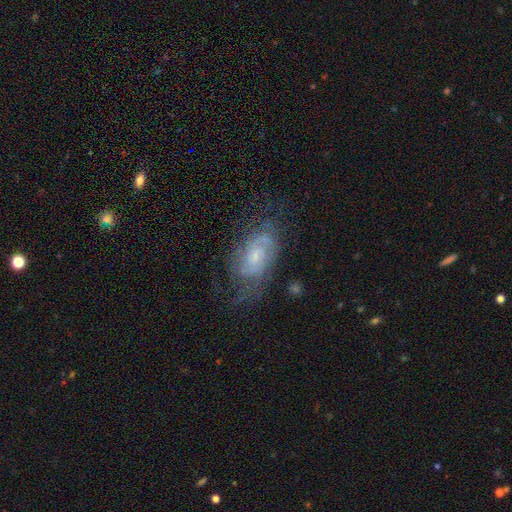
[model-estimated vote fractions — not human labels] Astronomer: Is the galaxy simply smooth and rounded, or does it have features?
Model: featured or disk — 70%.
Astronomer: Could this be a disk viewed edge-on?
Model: no — 95%.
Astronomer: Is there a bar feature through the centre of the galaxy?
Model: no — 64%.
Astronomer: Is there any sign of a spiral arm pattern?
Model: yes — 85%.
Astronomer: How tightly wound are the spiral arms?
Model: tight — 48% (runner-up: medium, 38%).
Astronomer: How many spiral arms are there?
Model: can't tell — 42% (runner-up: 2, 38%).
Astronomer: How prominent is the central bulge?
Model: small — 61%.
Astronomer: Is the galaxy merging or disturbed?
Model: none — 58%.